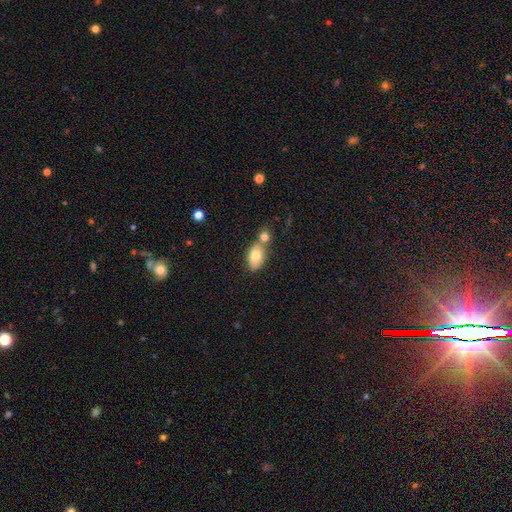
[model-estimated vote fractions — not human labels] smooth 75%, featured or disk 18%, star or artifact 8%. Down the decision tree: how rounded — in between (85%); merging — merger (44%).